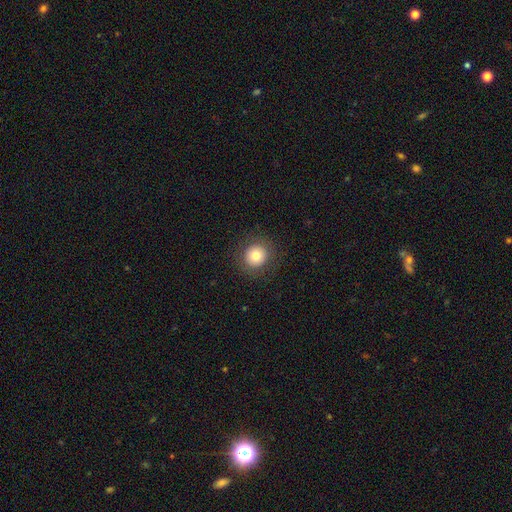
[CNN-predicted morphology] smooth-or-featured: smooth: 77% | featured or disk: 11% | star or artifact: 11%
  how-rounded: round: 92% | in between: 7% | cigar-shaped: 1%
  merging: none: 89% | minor disturbance: 7% | major disturbance: 3% | merger: 1%